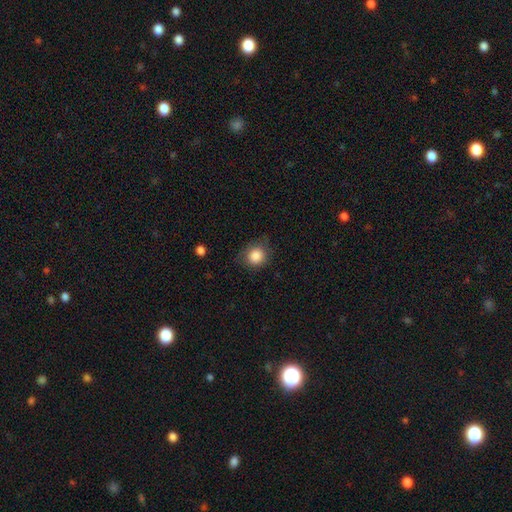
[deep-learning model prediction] Smooth or featured? smooth (85%)
How rounded? round (79%)
Merging? none (69%)